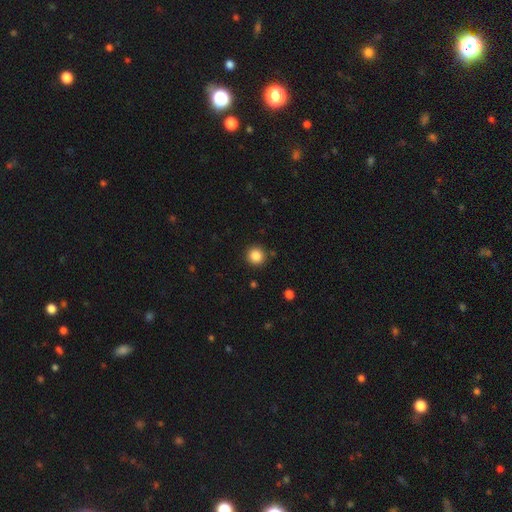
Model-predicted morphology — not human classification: Smooth or featured: smooth — 86% (star or artifact — 10%)
How rounded: round — 94% (in between — 5%)
Merging: none — 90% (minor disturbance — 6%)